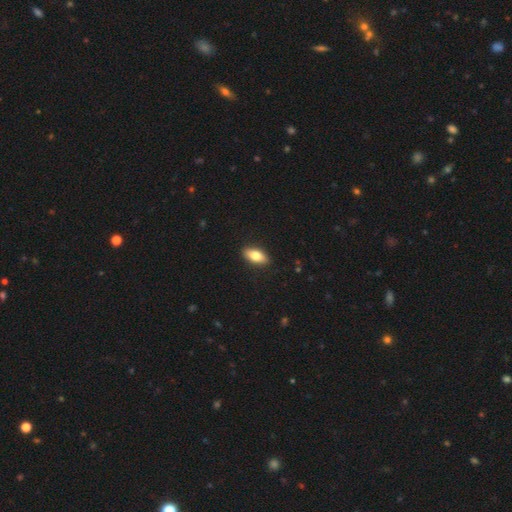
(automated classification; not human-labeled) This appears to be a smooth galaxy with no disk features (76%) that is in between round and cigar-shaped (85%). Merging: none (89%).